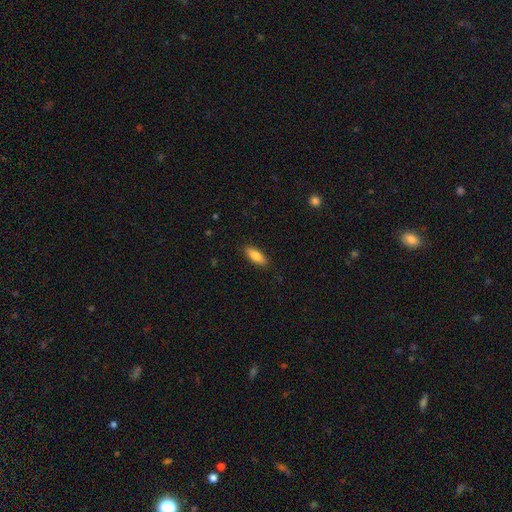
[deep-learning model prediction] smooth-or-featured: smooth: 81% | featured or disk: 12% | star or artifact: 6%
  how-rounded: in between: 71% | cigar-shaped: 26% | round: 2%
  merging: none: 88% | minor disturbance: 9% | major disturbance: 2% | merger: 1%